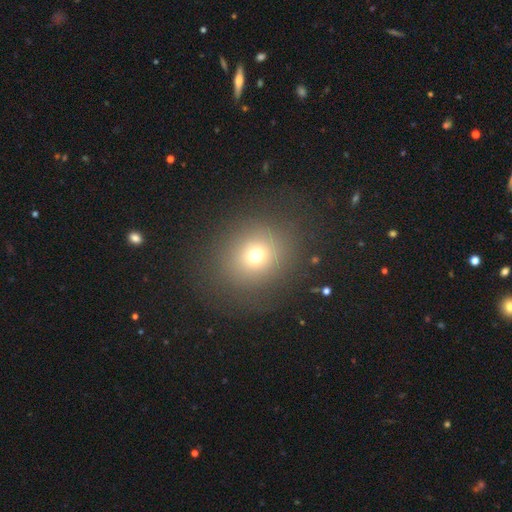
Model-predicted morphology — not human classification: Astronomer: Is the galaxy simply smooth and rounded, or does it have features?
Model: smooth — 69%.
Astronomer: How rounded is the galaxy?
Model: round — 80%.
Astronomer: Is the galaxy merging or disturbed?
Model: none — 81%.